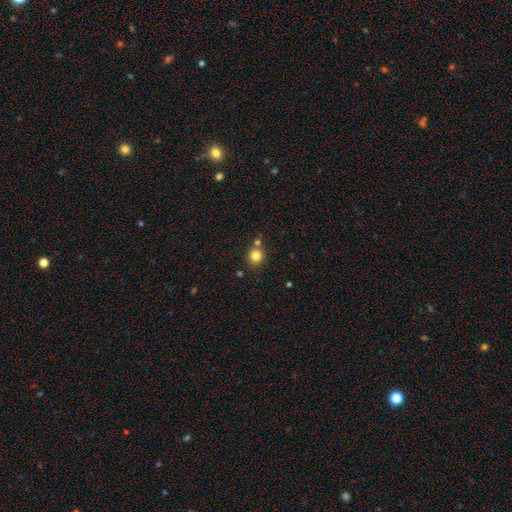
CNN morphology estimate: Smooth or featured? smooth (81%)
How rounded? round (88%)
Merging? none (75%)